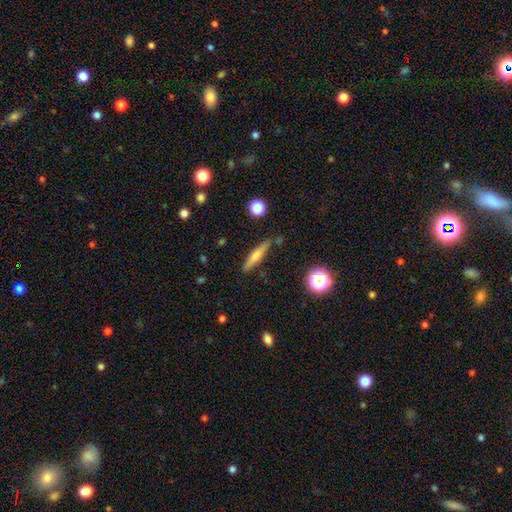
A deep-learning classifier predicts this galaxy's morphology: The model was most divided on "smooth or featured": smooth: 55%, featured or disk: 36%, star or artifact: 9%. More confident: how rounded — cigar-shaped (85%); merging — none (82%).